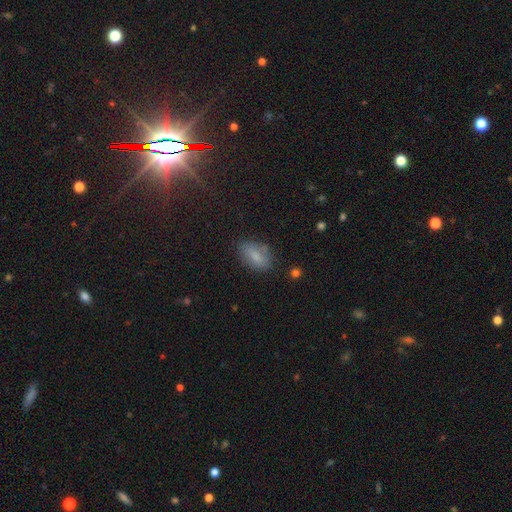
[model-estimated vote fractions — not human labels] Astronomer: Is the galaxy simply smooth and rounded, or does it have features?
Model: smooth — 80%.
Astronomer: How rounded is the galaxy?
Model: in between — 89%.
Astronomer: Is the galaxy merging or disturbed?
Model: none — 74%.